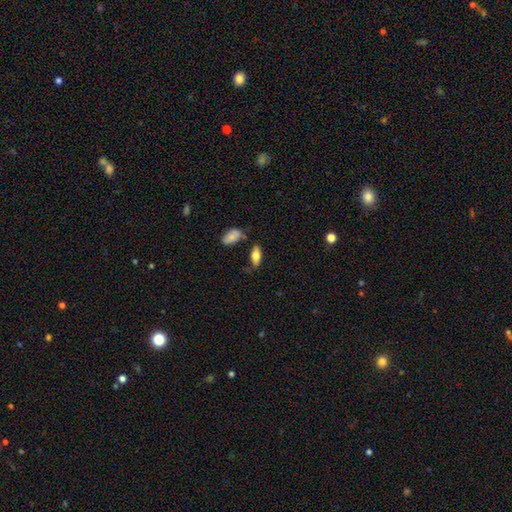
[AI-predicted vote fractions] smooth-or-featured: smooth: 70% | featured or disk: 23% | star or artifact: 7%
  how-rounded: in between: 81% | cigar-shaped: 16% | round: 3%
  merging: none: 72% | minor disturbance: 17% | merger: 6% | major disturbance: 5%